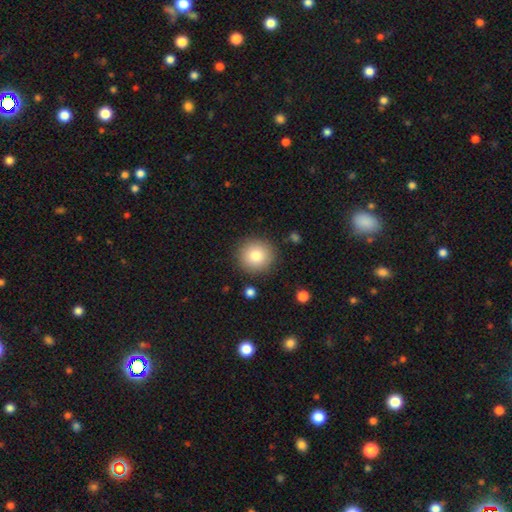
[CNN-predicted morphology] Smooth or featured? smooth (82%)
How rounded? round (93%)
Merging? none (89%)